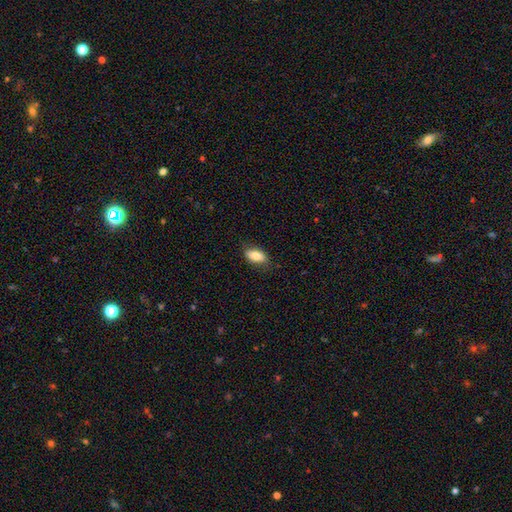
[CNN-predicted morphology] A smooth galaxy with no disk features (77%) that is in between round and cigar-shaped (91%).

Vote fractions:
- Smooth or featured? smooth: 77% / featured or disk: 16% / star or artifact: 7%
- How rounded? in between: 91% / round: 5% / cigar-shaped: 4%
- Merging? none: 80% / minor disturbance: 16% / major disturbance: 3% / merger: 1%